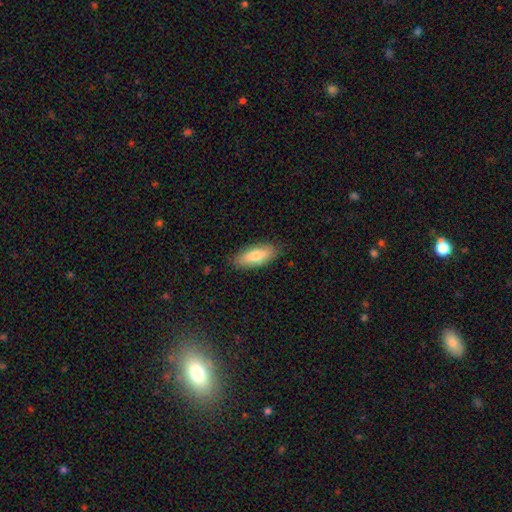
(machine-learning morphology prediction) Q: Smooth or featured?
A: smooth (76%); runner-up: featured or disk (17%)
Q: How rounded?
A: in between (72%); runner-up: cigar-shaped (26%)
Q: Merging?
A: none (85%); runner-up: minor disturbance (12%)